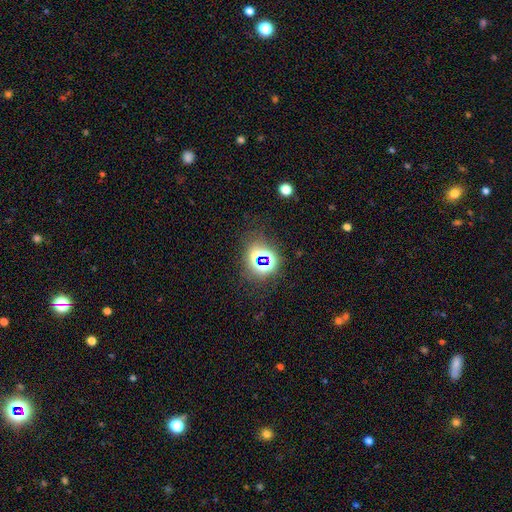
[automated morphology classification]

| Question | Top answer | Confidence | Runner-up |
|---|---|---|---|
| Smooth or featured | star or artifact | 67% | smooth (24%) |